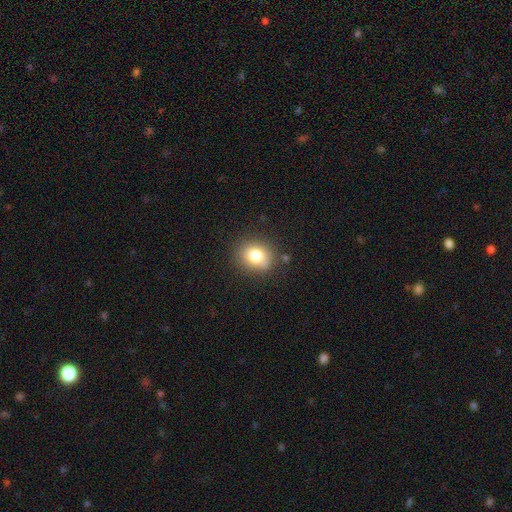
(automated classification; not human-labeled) smooth-or-featured: smooth: 79% | star or artifact: 11% | featured or disk: 10%
  how-rounded: round: 65% | in between: 34% | cigar-shaped: 1%
  merging: none: 82% | minor disturbance: 12% | major disturbance: 3% | merger: 3%